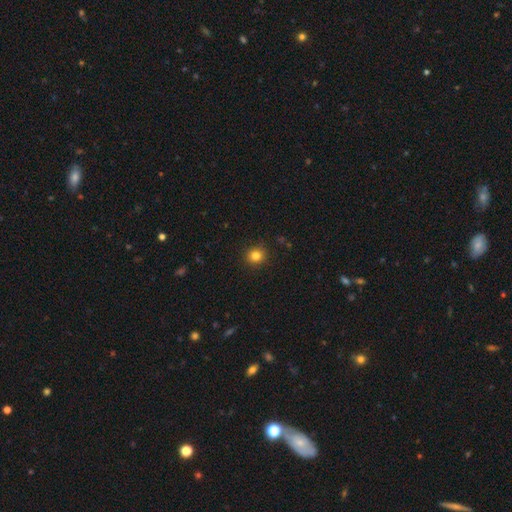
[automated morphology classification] This appears to be a smooth galaxy with no disk features (83%) that is round (90%). Merging: none (91%).